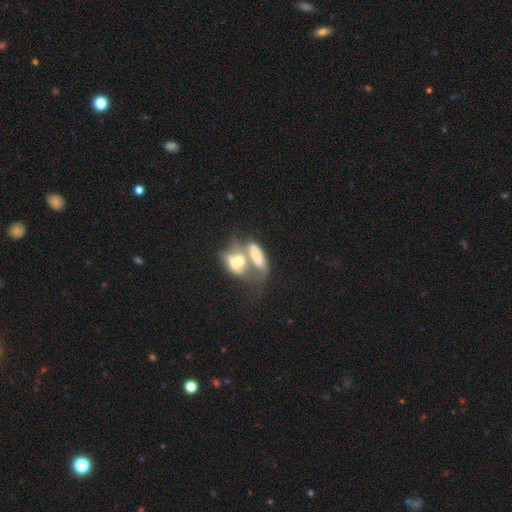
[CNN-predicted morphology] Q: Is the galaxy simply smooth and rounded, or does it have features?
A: featured or disk — 48%.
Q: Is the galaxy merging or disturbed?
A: merger — 77%.